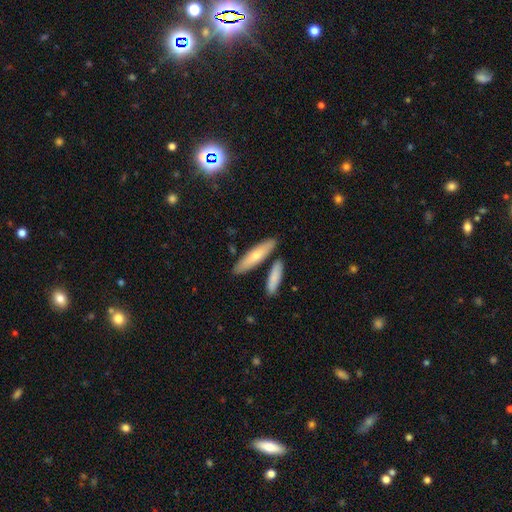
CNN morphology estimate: Smooth or featured: smooth — 66% (featured or disk — 29%)
How rounded: cigar-shaped — 71% (in between — 27%)
Merging: none — 82% (minor disturbance — 9%)